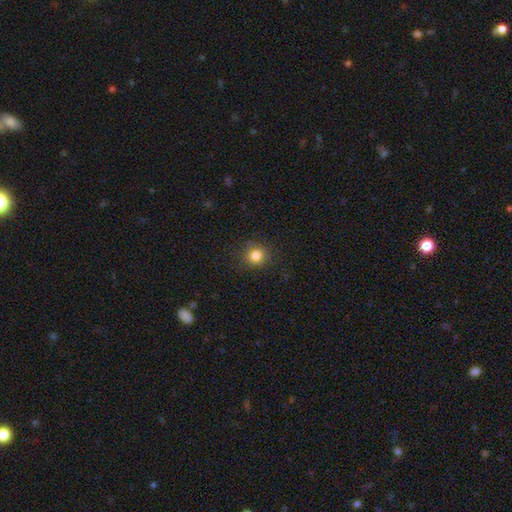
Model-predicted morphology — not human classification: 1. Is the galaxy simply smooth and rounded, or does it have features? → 83% smooth, 12% star or artifact, 5% featured or disk.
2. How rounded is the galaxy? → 89% round, 10% in between, 1% cigar-shaped.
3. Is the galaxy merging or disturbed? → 88% none, 8% minor disturbance, 3% major disturbance, 1% merger.